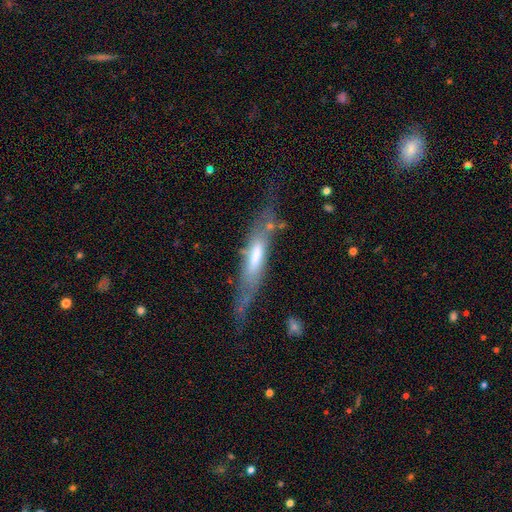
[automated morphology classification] This is likely a featured or disk galaxy (67%). It is likely viewed edge-on (73%). Merging: likely none (64%).